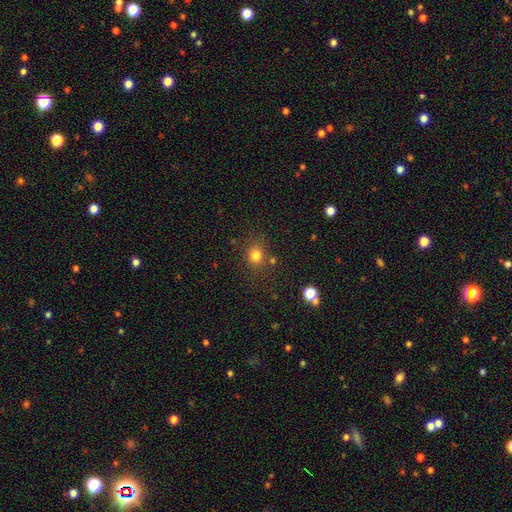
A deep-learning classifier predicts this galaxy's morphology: smooth-or-featured: smooth: 79% | star or artifact: 15% | featured or disk: 6%
  how-rounded: round: 80% | in between: 19% | cigar-shaped: 1%
  merging: none: 76% | minor disturbance: 12% | merger: 7% | major disturbance: 5%